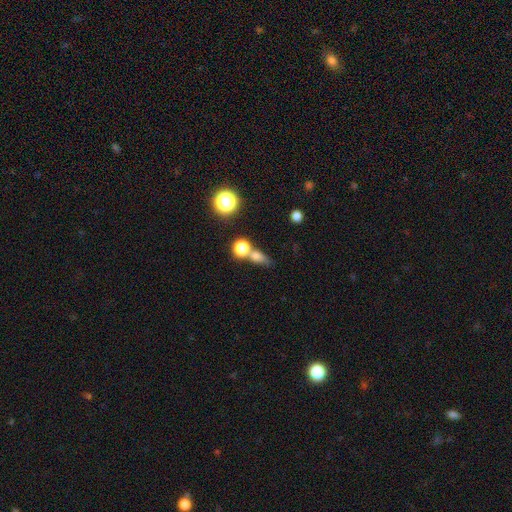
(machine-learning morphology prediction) The model was most divided on "merging": merger: 43%, none: 42%, minor disturbance: 10%, major disturbance: 6%. More confident: smooth or featured — smooth (71%); how rounded — round (52%).